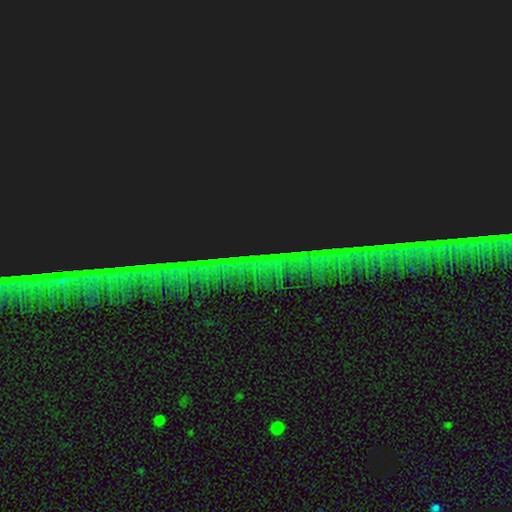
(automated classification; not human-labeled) Q: Smooth or featured?
A: star or artifact (86%); runner-up: featured or disk (7%)